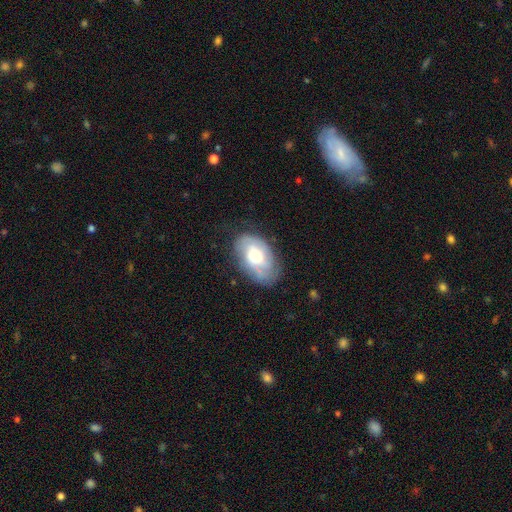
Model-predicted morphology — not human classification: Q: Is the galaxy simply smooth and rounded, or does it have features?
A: featured or disk — 50%.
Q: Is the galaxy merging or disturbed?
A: none — 67%.